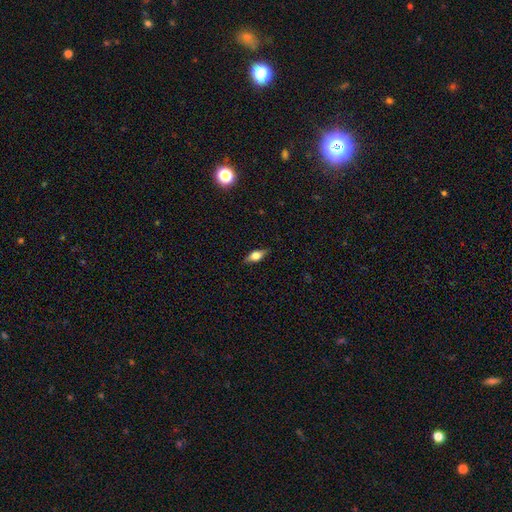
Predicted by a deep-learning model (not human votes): Overall: smooth (52%; featured or disk 40%). How rounded: in between (75%). Merging: none (86%).